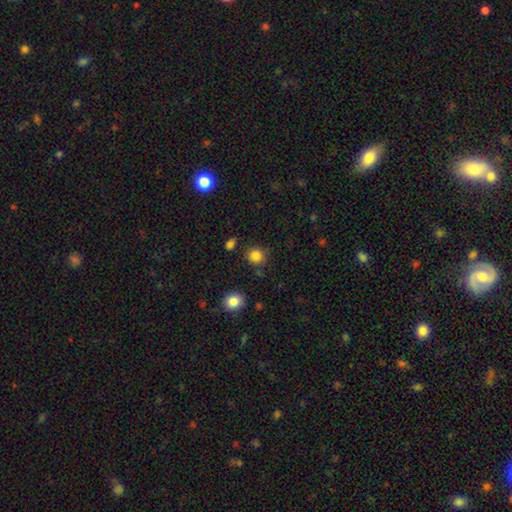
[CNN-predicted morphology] This is clearly a smooth galaxy (84%). How rounded: clearly round (87%). Merging: clearly none (81%).